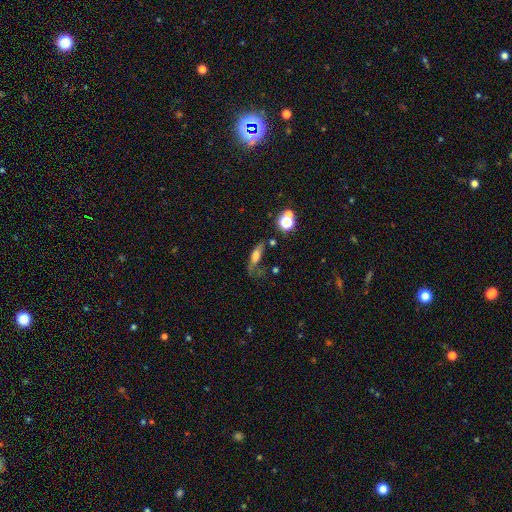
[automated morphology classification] The model was most divided on "how rounded": cigar-shaped: 47%, in between: 46%, round: 7%. Remaining: smooth or featured — smooth (55%); merging — none (42%).